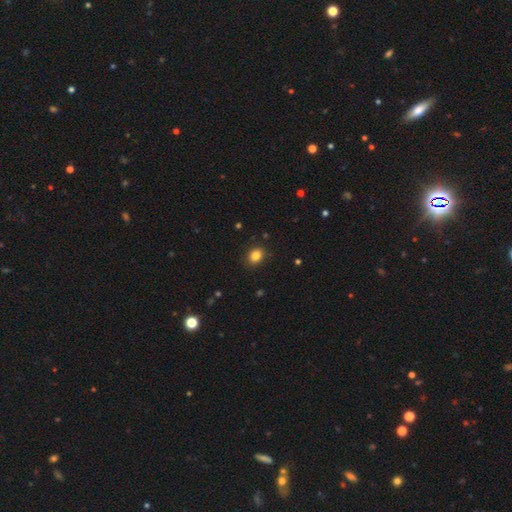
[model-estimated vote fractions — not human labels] Smooth or featured?
  - smooth: 84% *
  - star or artifact: 11%
  - featured or disk: 6%
How rounded?
  - round: 51% *
  - in between: 48%
  - cigar-shaped: 1%
Merging?
  - none: 88% *
  - minor disturbance: 9%
  - major disturbance: 2%
  - merger: 1%